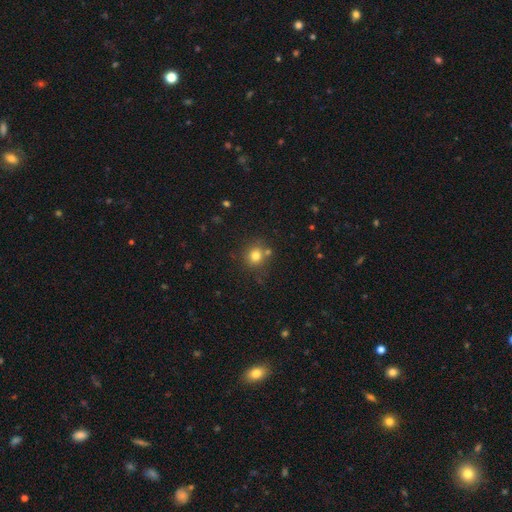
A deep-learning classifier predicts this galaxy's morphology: smooth_or_featured: smooth (p=0.78) [alt: star or artifact p=0.14]
how_rounded: round (p=0.88) [alt: in between p=0.11]
merging: none (p=0.76) [alt: merger p=0.11]